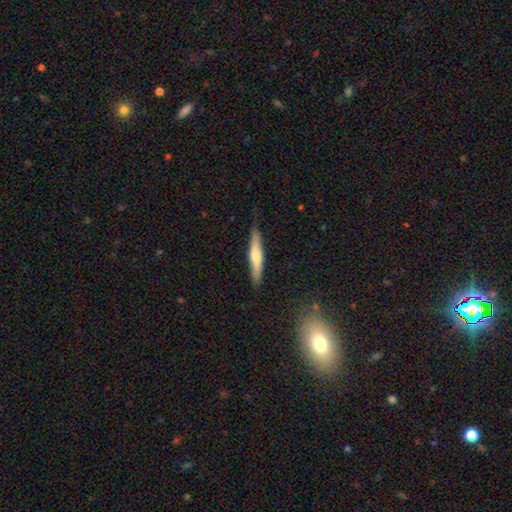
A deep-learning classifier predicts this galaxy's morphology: This is possibly a smooth galaxy (55%). How rounded: clearly cigar-shaped (89%). Merging: clearly none (84%).